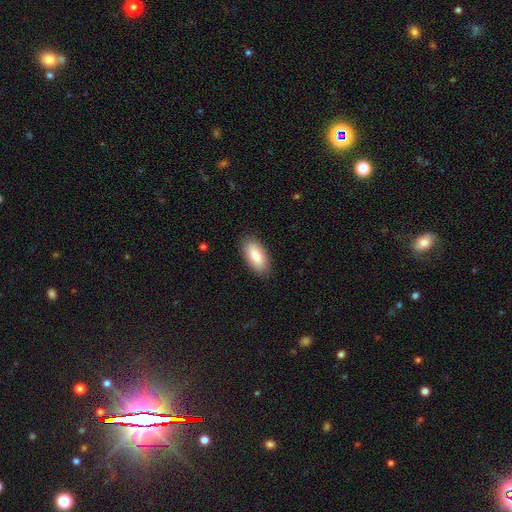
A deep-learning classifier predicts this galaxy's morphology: Smooth or featured?
  - smooth: 86% *
  - featured or disk: 8%
  - star or artifact: 6%
How rounded?
  - in between: 89% *
  - cigar-shaped: 9%
  - round: 2%
Merging?
  - none: 87% *
  - minor disturbance: 10%
  - major disturbance: 2%
  - merger: 1%